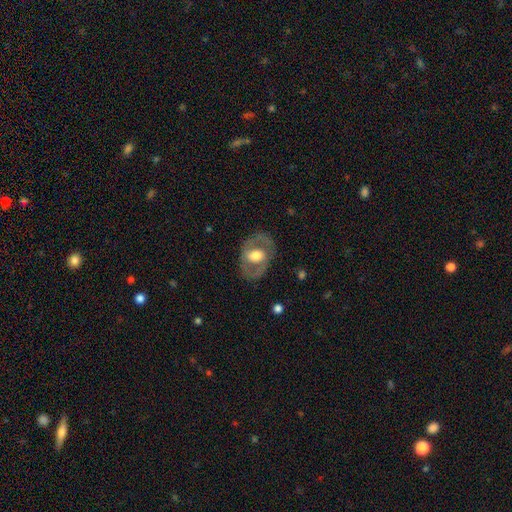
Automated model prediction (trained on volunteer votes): This is likely a featured or disk galaxy (64%). It is clearly not viewed edge-on (94%). Bar: possibly no (49%). Spiral arm pattern: possibly no (51%). Central bulge: possibly moderate (50%). Merging: likely none (78%).